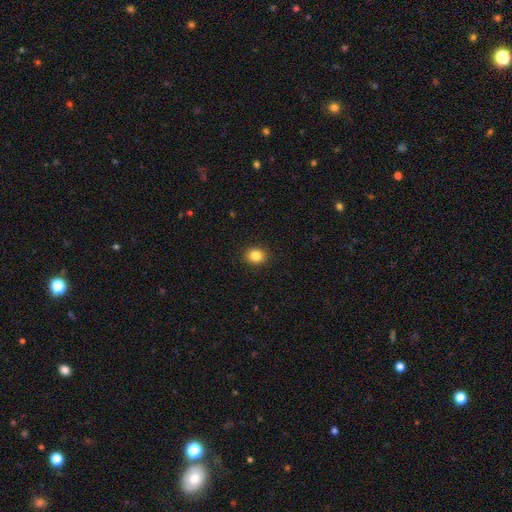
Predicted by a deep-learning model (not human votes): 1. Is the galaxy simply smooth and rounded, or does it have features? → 84% smooth, 10% star or artifact, 5% featured or disk.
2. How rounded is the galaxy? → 67% round, 32% in between, 1% cigar-shaped.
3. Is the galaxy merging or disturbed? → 91% none, 6% minor disturbance, 2% major disturbance, 1% merger.